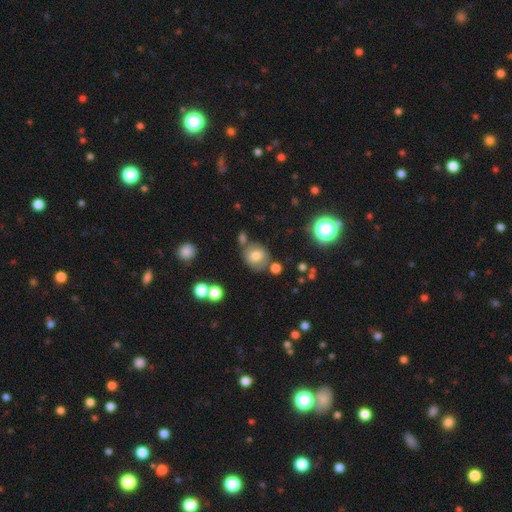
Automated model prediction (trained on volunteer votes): Q: Smooth or featured?
A: smooth (69%); runner-up: featured or disk (18%)
Q: How rounded?
A: round (65%); runner-up: in between (34%)
Q: Merging?
A: none (67%); runner-up: minor disturbance (17%)